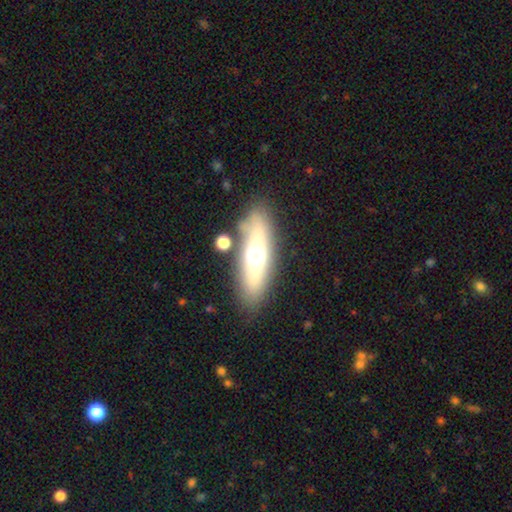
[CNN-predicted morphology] Overall: smooth (49%; featured or disk 43%). Merging: none (78%).